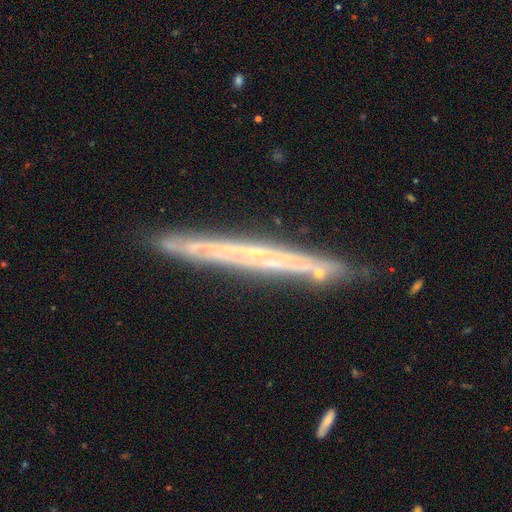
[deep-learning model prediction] Smooth or featured?
  - featured or disk: 67% *
  - smooth: 25%
  - star or artifact: 7%
Edge-on disk?
  - yes: 92% *
  - no: 8%
Edge-on bulge?
  - none: 87% *
  - rounded: 9%
  - boxy: 4%
Merging?
  - none: 82% *
  - minor disturbance: 13%
  - merger: 2%
  - major disturbance: 2%